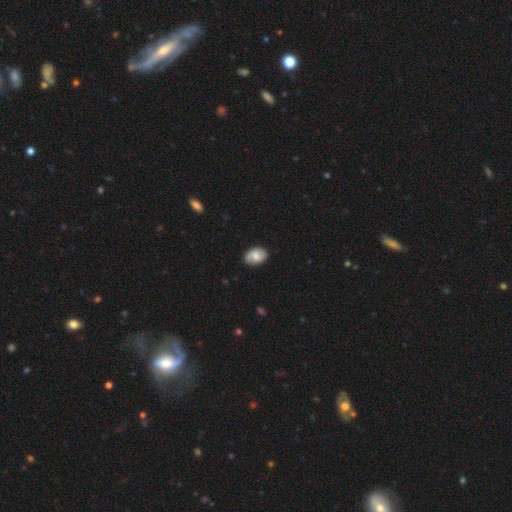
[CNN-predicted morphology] This is likely a smooth galaxy (65%). How rounded: clearly in between (80%). Merging: clearly none (83%).